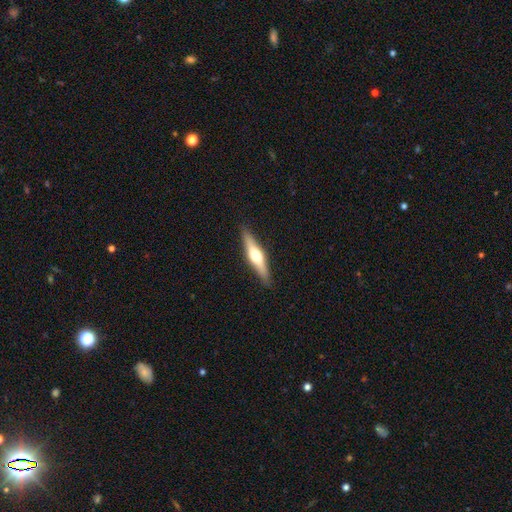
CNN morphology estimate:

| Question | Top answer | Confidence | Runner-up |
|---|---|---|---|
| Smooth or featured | featured or disk | 60% | smooth (35%) |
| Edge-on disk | yes | 95% | no (5%) |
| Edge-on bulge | rounded | 93% | boxy (4%) |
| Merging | none | 89% | minor disturbance (8%) |